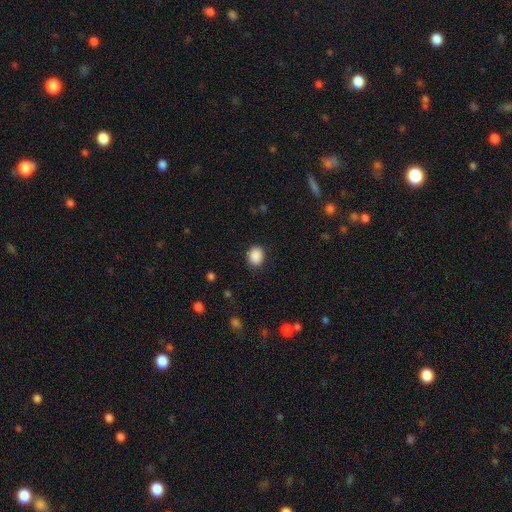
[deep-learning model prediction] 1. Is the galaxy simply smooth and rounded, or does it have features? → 89% smooth, 9% star or artifact, 3% featured or disk.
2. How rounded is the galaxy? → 59% round, 40% in between, 1% cigar-shaped.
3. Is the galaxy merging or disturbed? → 86% none, 10% minor disturbance, 3% major disturbance, 1% merger.